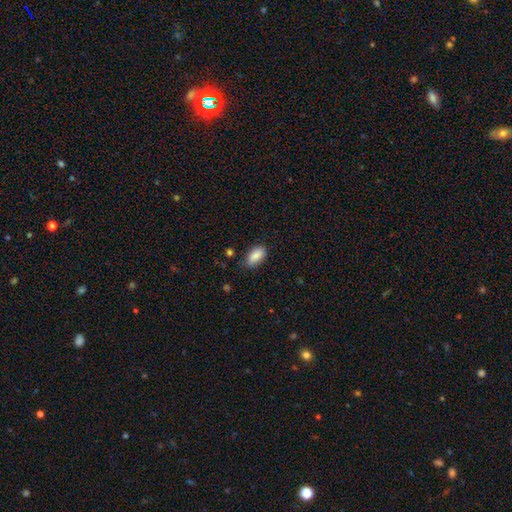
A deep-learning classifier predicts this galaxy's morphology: The model was most divided on "merging": none: 79%, minor disturbance: 17%, major disturbance: 3%, merger: 2%. More confident: how rounded — in between (92%); smooth or featured — smooth (88%).